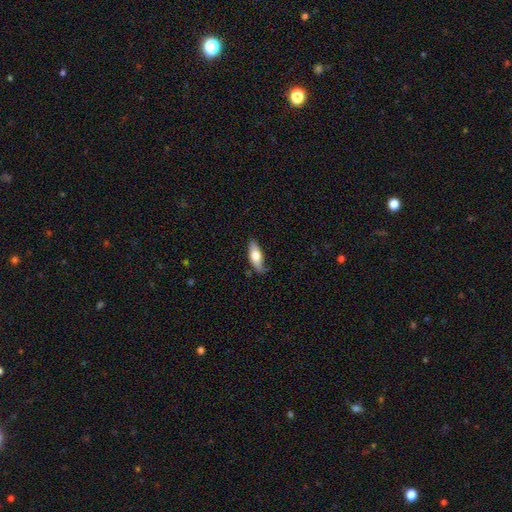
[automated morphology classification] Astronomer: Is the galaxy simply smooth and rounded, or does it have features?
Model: smooth — 66%.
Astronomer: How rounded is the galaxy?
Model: in between — 64%.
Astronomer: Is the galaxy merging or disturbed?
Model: none — 71%.